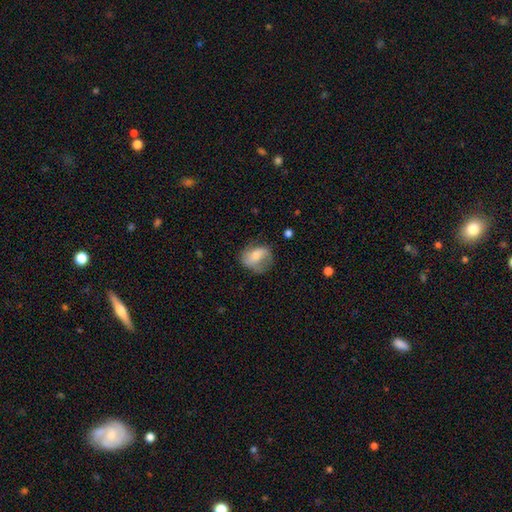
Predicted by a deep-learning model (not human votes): Smooth or featured: smooth — 57% (featured or disk — 35%)
How rounded: in between — 60% (round — 38%)
Merging: none — 53% (minor disturbance — 29%)